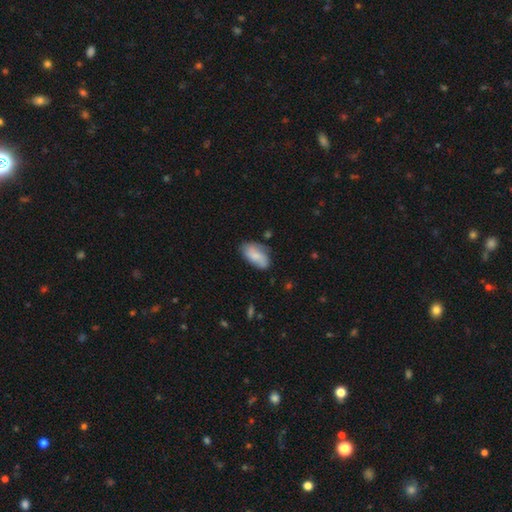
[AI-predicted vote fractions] Q: Smooth or featured?
A: smooth (74%); runner-up: featured or disk (19%)
Q: How rounded?
A: in between (92%); runner-up: round (4%)
Q: Merging?
A: none (63%); runner-up: minor disturbance (27%)